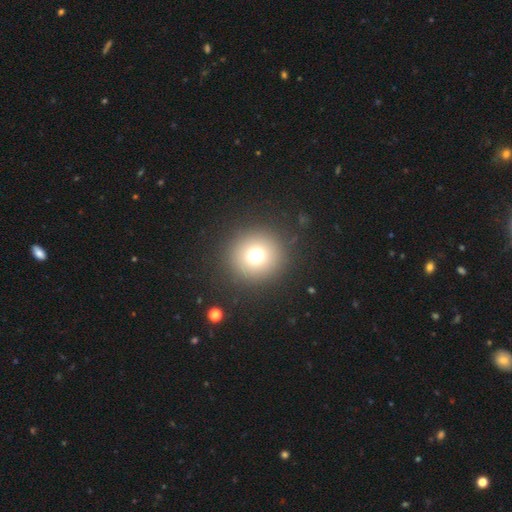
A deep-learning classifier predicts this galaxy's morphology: A smooth galaxy with no disk features (71%) that is round (95%). Merging: none (90%).